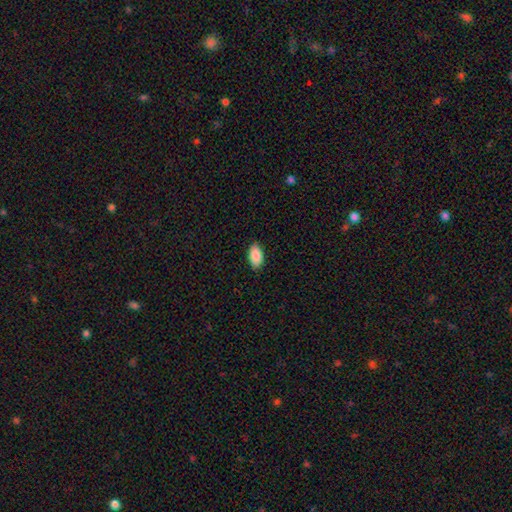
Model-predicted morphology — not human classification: A smooth galaxy with no disk features (89%) that is in between round and cigar-shaped (94%).

Vote fractions:
- Smooth or featured? smooth: 89% / star or artifact: 6% / featured or disk: 5%
- How rounded? in between: 94% / round: 3% / cigar-shaped: 3%
- Merging? none: 87% / minor disturbance: 10% / major disturbance: 2% / merger: 1%